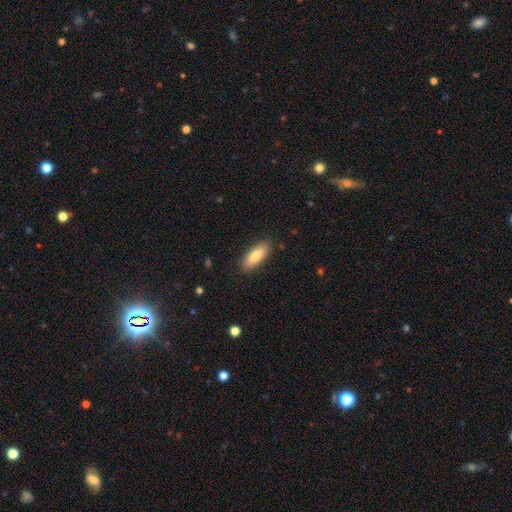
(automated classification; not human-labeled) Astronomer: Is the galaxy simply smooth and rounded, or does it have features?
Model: smooth — 81%.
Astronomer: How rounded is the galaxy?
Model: in between — 71%.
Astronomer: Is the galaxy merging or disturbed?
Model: none — 87%.